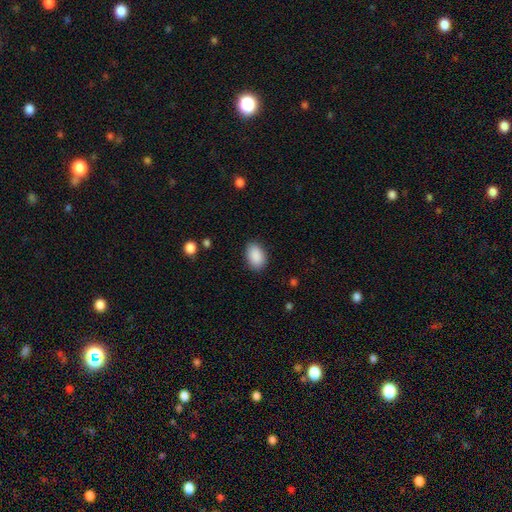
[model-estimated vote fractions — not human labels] A smooth galaxy with no disk features (90%) that is in between round and cigar-shaped (89%). Merging: none (87%).